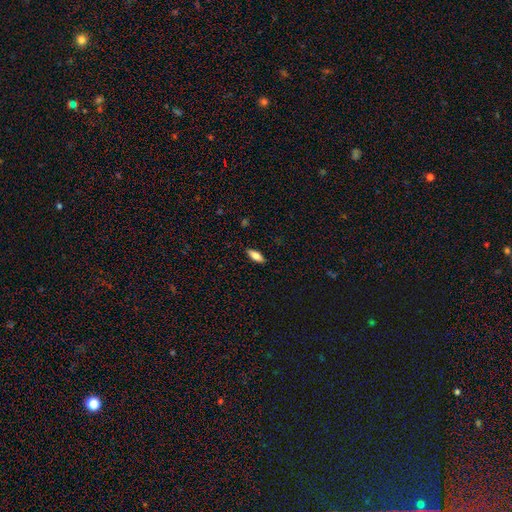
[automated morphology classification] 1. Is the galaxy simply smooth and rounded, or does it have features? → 74% smooth, 19% featured or disk, 7% star or artifact.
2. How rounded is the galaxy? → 73% in between, 24% cigar-shaped, 2% round.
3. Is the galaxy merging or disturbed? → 88% none, 9% minor disturbance, 2% major disturbance, 1% merger.